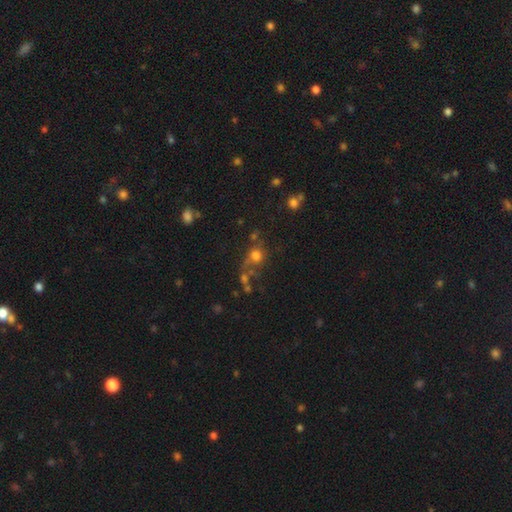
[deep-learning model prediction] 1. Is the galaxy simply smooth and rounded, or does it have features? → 66% smooth, 19% star or artifact, 16% featured or disk.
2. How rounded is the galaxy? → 81% round, 17% in between, 2% cigar-shaped.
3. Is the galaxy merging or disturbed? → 48% none, 21% merger, 16% major disturbance, 15% minor disturbance.